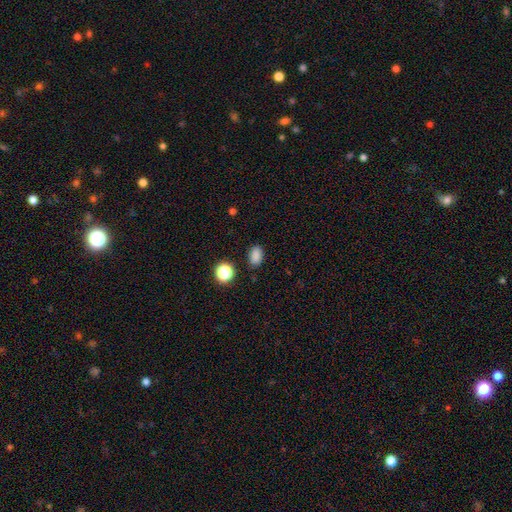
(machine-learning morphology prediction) Smooth or featured?
  - smooth: 83% *
  - star or artifact: 13%
  - featured or disk: 4%
How rounded?
  - in between: 83% *
  - round: 15%
  - cigar-shaped: 2%
Merging?
  - none: 86% *
  - minor disturbance: 10%
  - major disturbance: 3%
  - merger: 2%